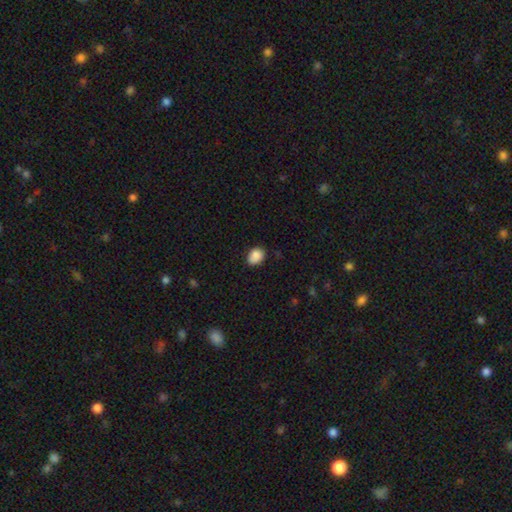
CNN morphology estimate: The model was most divided on "how rounded": in between: 62%, round: 37%, cigar-shaped: 1%. More confident: smooth or featured — smooth (87%); merging — none (75%).